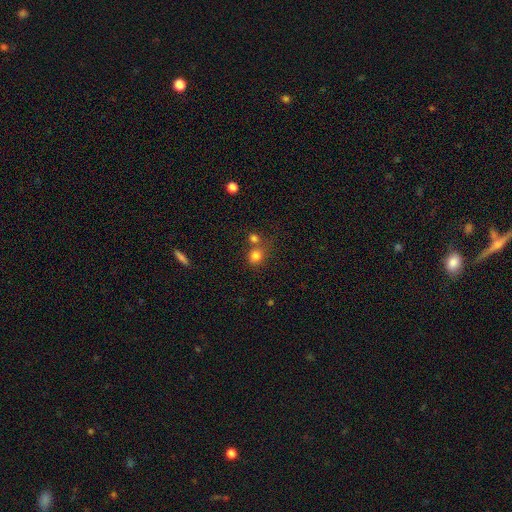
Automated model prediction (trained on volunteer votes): Smooth or featured?
  - smooth: 79% *
  - star or artifact: 14%
  - featured or disk: 7%
How rounded?
  - round: 80% *
  - in between: 19%
  - cigar-shaped: 1%
Merging?
  - none: 55% *
  - merger: 32%
  - minor disturbance: 9%
  - major disturbance: 4%